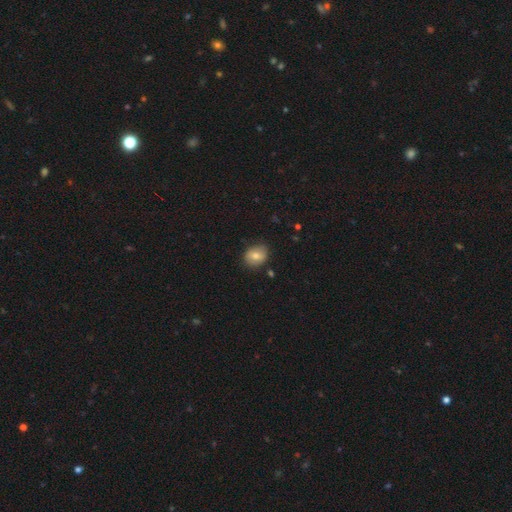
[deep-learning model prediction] This is likely a smooth galaxy (76%). How rounded: possibly round (57%). Merging: clearly none (81%).